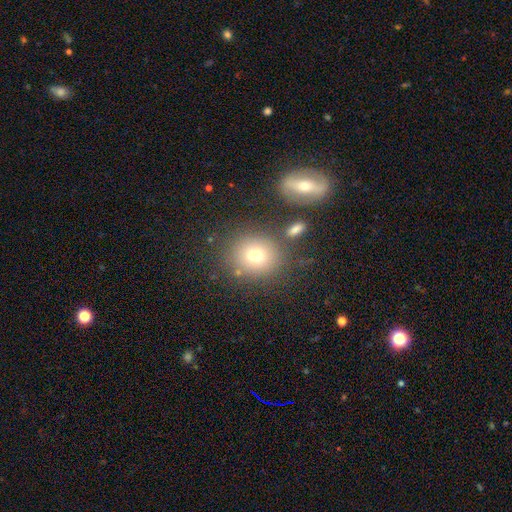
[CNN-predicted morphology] Overall: smooth (73%). How rounded: round (82%). Merging: none (76%).